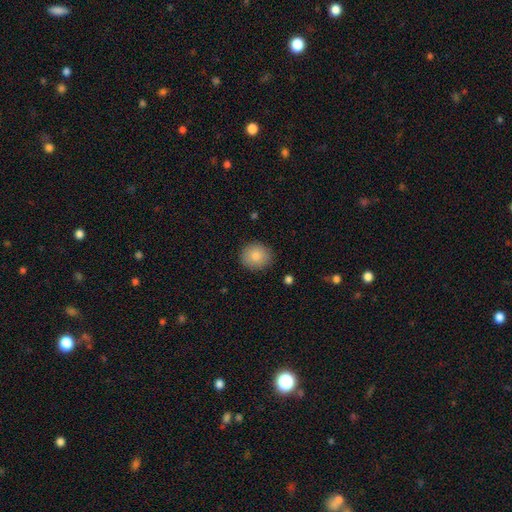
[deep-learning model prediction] The model was most divided on "how rounded": round: 80%, in between: 19%, cigar-shaped: 1%. More confident: merging — none (88%); smooth or featured — smooth (84%).